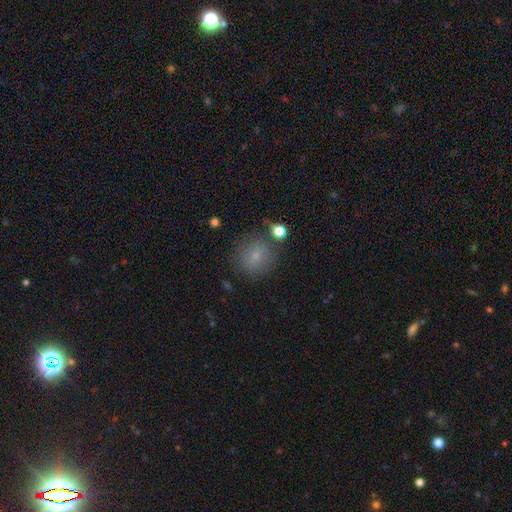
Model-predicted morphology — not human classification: Q: Smooth or featured?
A: smooth (73%); runner-up: featured or disk (14%)
Q: How rounded?
A: round (85%); runner-up: in between (14%)
Q: Merging?
A: none (74%); runner-up: minor disturbance (14%)